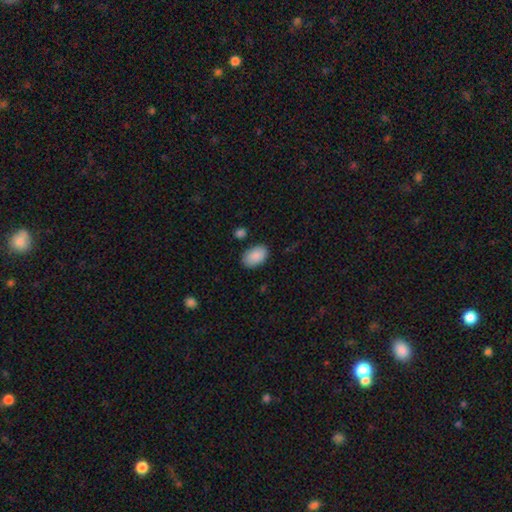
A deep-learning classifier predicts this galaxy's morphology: Q: Smooth or featured?
A: smooth (90%); runner-up: star or artifact (6%)
Q: How rounded?
A: in between (92%); runner-up: round (7%)
Q: Merging?
A: none (83%); runner-up: minor disturbance (12%)